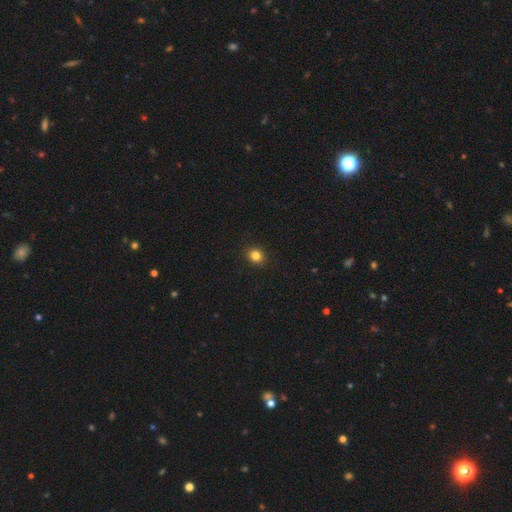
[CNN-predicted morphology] Q: Smooth or featured?
A: smooth (84%); runner-up: star or artifact (11%)
Q: How rounded?
A: round (69%); runner-up: in between (30%)
Q: Merging?
A: none (91%); runner-up: minor disturbance (6%)